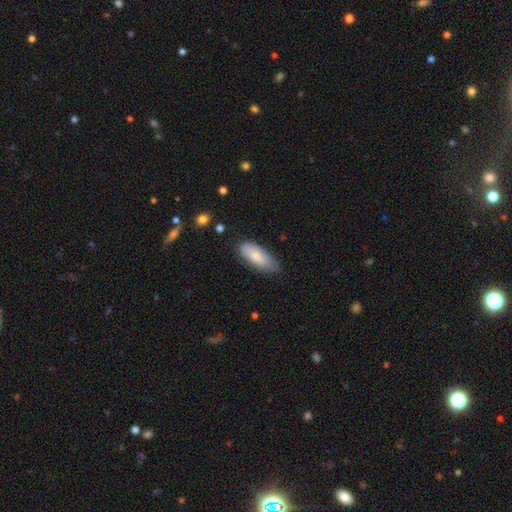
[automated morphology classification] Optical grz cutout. It shows a smooth galaxy with no disk features (80%) that is in between round and cigar-shaped (80%). Merging: none (66%).